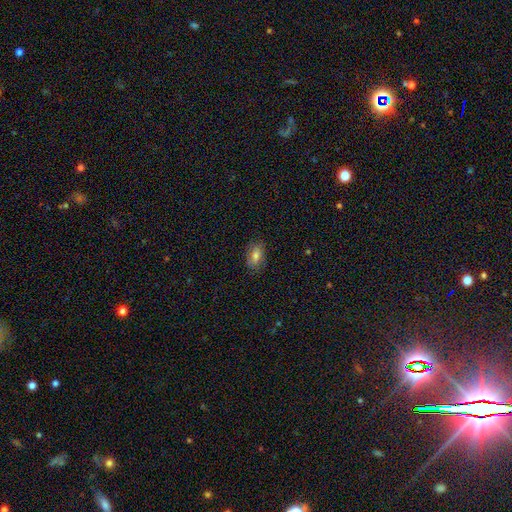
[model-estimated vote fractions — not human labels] This is likely a smooth galaxy (72%). How rounded: clearly in between (87%). Merging: clearly none (81%).